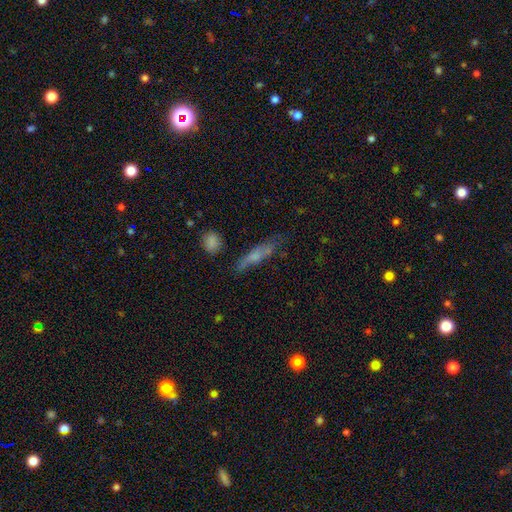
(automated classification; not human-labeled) Overall: smooth (59%; featured or disk 31%). How rounded: cigar-shaped (77%). Merging: none (58%; minor disturbance 25%).